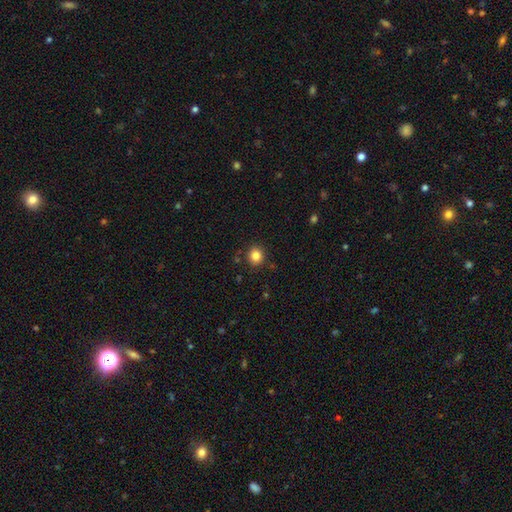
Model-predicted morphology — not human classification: The model was most divided on "how rounded": round: 83%, in between: 16%, cigar-shaped: 1%. More confident: merging — none (88%); smooth or featured — smooth (83%).